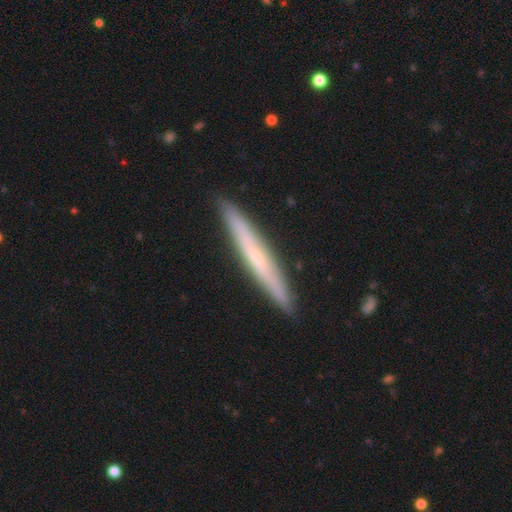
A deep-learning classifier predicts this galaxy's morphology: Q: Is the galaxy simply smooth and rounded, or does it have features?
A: featured or disk — 55%.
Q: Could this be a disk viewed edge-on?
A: yes — 94%.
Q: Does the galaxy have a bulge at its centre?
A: none — 55%.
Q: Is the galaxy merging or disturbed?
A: none — 91%.